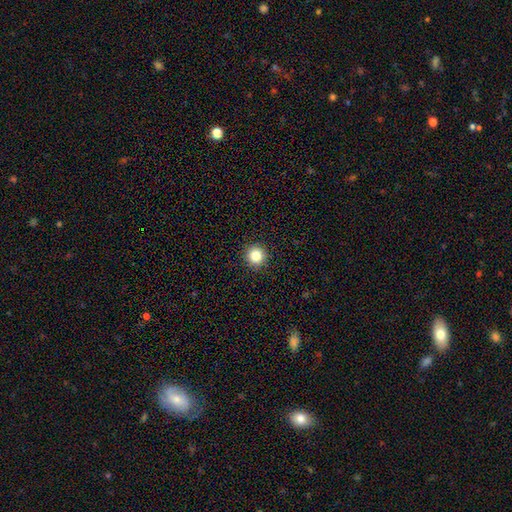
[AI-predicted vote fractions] Q: Smooth or featured?
A: smooth (84%); runner-up: star or artifact (11%)
Q: How rounded?
A: round (94%); runner-up: in between (5%)
Q: Merging?
A: none (93%); runner-up: minor disturbance (4%)